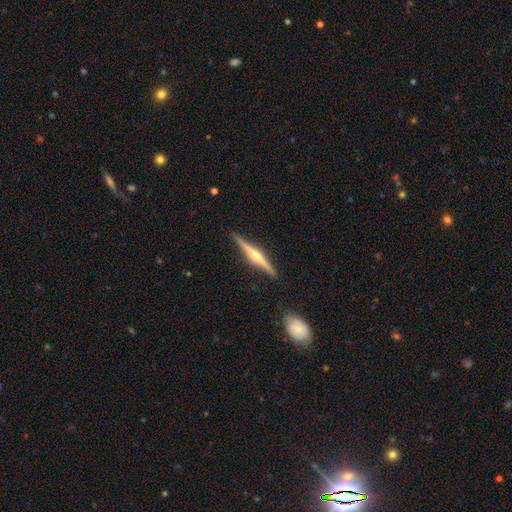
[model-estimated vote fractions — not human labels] Smooth or featured: featured or disk — 76% (smooth — 19%)
Edge-on disk: yes — 98% (no — 2%)
Edge-on bulge: rounded — 75% (none — 15%)
Merging: none — 89% (minor disturbance — 8%)